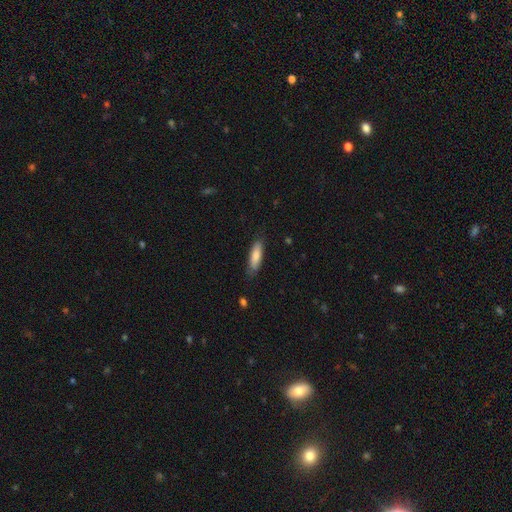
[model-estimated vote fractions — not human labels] Overall: smooth (82%). How rounded: cigar-shaped (55%; in between 43%). Merging: none (80%).